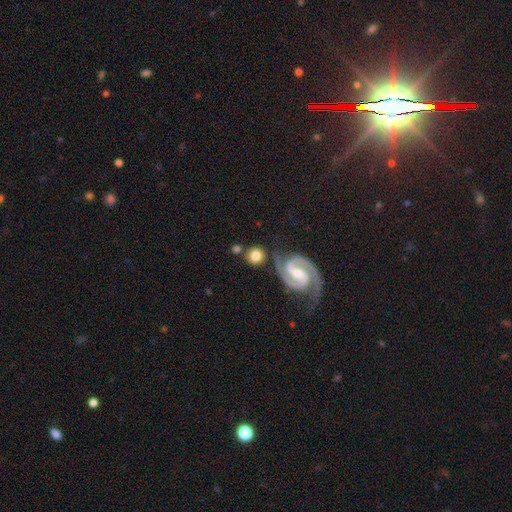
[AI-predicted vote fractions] Smooth or featured? smooth (62%)
How rounded? round (88%)
Merging? none (74%)